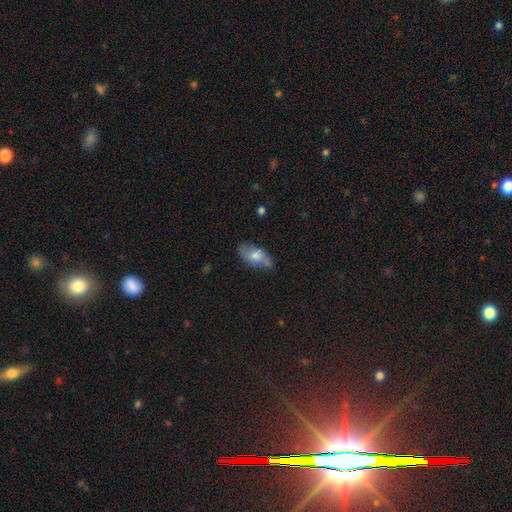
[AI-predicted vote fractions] Morphology: type=smooth (58%); roundness=in between (89%); merging=none (66%).